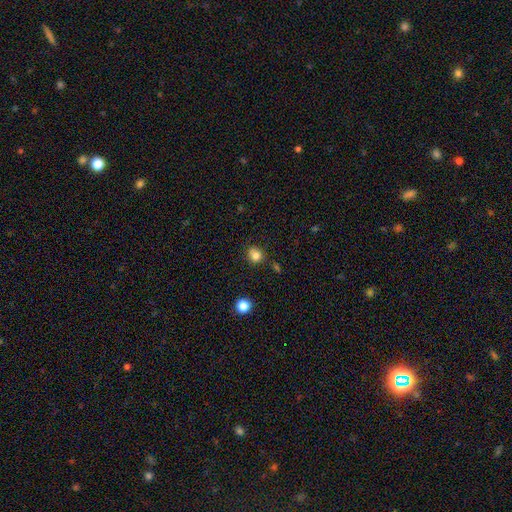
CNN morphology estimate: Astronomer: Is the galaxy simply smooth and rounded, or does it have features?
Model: smooth — 82%.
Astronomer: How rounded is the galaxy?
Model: round — 76%.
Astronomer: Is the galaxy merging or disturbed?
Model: none — 77%.